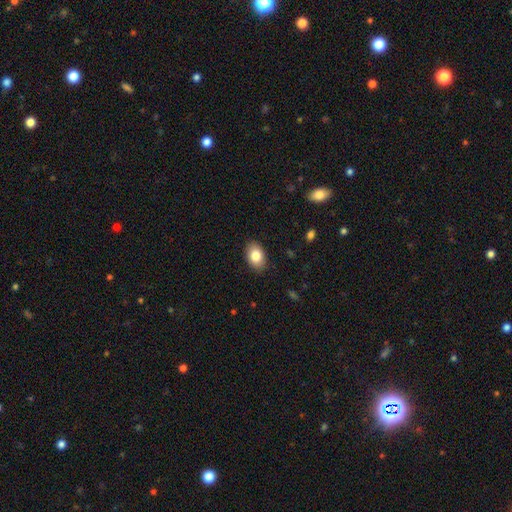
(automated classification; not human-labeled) smooth_or_featured: smooth (p=0.84) [alt: featured or disk p=0.08]
how_rounded: in between (p=0.83) [alt: round p=0.16]
merging: none (p=0.88) [alt: minor disturbance p=0.09]